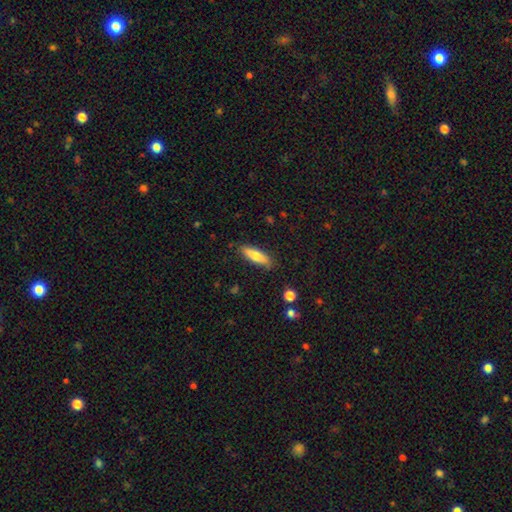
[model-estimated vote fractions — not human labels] Overall: smooth (71%). How rounded: cigar-shaped (56%; in between 42%). Merging: none (85%).